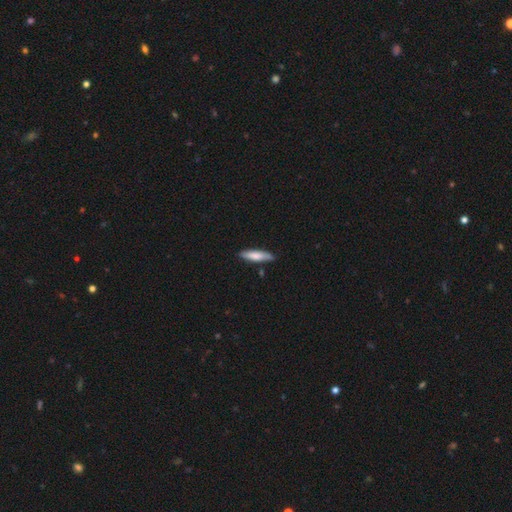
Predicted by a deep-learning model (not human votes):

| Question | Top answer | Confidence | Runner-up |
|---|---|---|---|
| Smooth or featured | smooth | 73% | featured or disk (21%) |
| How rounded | cigar-shaped | 74% | in between (25%) |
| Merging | none | 82% | minor disturbance (14%) |